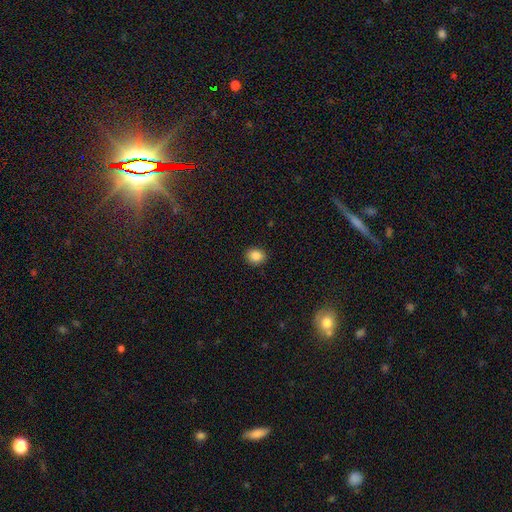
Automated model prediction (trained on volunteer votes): A smooth galaxy with no disk features (86%) that is round (70%).

Vote fractions:
- Smooth or featured? smooth: 86% / star or artifact: 10% / featured or disk: 4%
- How rounded? round: 70% / in between: 29% / cigar-shaped: 1%
- Merging? none: 90% / minor disturbance: 7% / major disturbance: 2% / merger: 1%